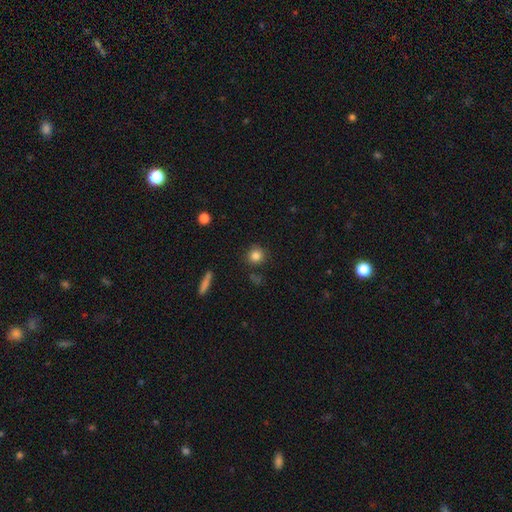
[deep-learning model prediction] Smooth or featured? Predicted: smooth (p=0.83). How rounded? Predicted: round (p=0.89). Merging? Predicted: none (p=0.85).